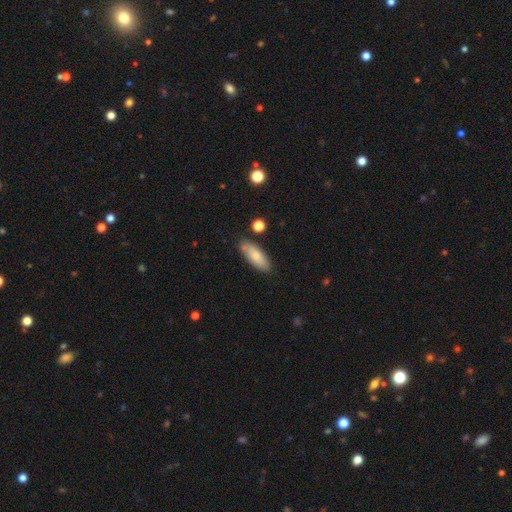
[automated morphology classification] Q: Smooth or featured?
A: smooth (76%); runner-up: featured or disk (18%)
Q: How rounded?
A: in between (68%); runner-up: cigar-shaped (30%)
Q: Merging?
A: none (77%); runner-up: minor disturbance (16%)